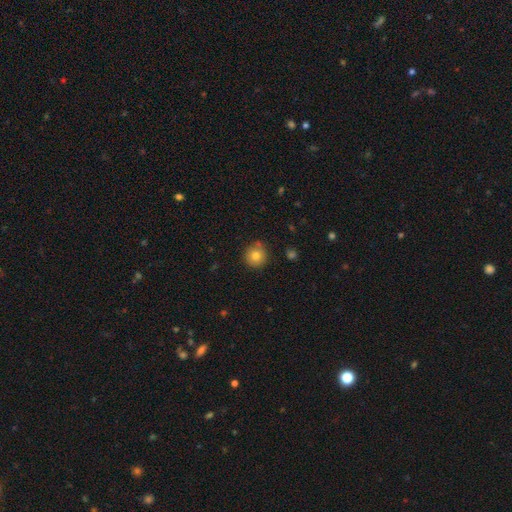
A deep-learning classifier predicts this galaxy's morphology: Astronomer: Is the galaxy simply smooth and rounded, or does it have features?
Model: smooth — 80%.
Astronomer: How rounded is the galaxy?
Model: round — 93%.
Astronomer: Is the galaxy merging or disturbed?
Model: none — 83%.